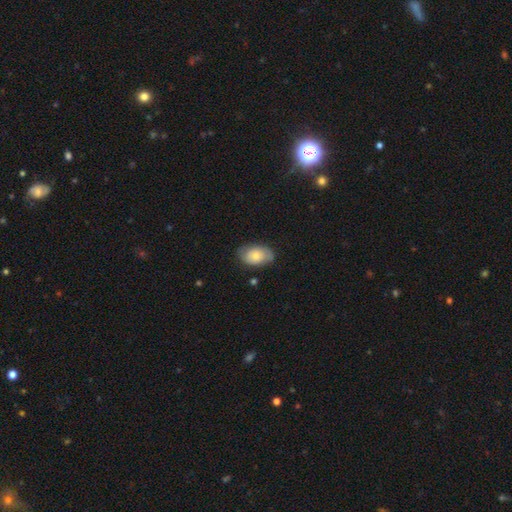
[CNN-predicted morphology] Smooth or featured?
  - smooth: 65% *
  - featured or disk: 28%
  - star or artifact: 7%
How rounded?
  - in between: 88% *
  - round: 11%
  - cigar-shaped: 1%
Merging?
  - none: 71% *
  - minor disturbance: 22%
  - major disturbance: 5%
  - merger: 2%